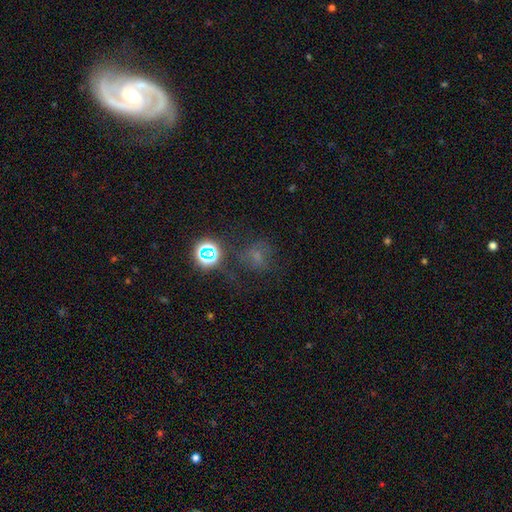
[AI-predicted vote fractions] smooth 42%, star or artifact 40%, featured or disk 18%. Down the decision tree: merging — none (63%).